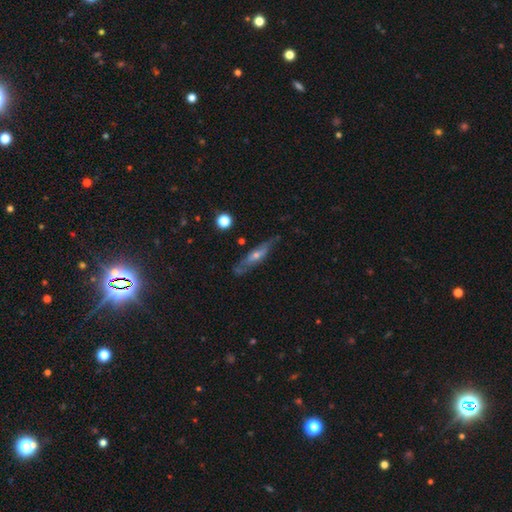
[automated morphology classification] Overall: featured or disk (58%; smooth 24%). Edge-on disk: yes (73%). Merging: none (78%).